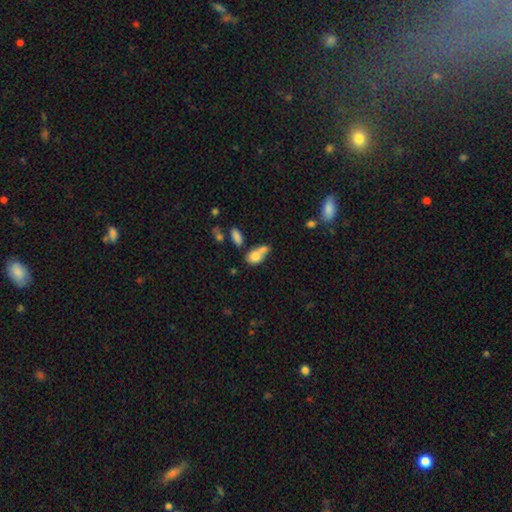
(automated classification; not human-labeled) Morphology: type=smooth (78%); roundness=in between (69%); merging=merger (54%).